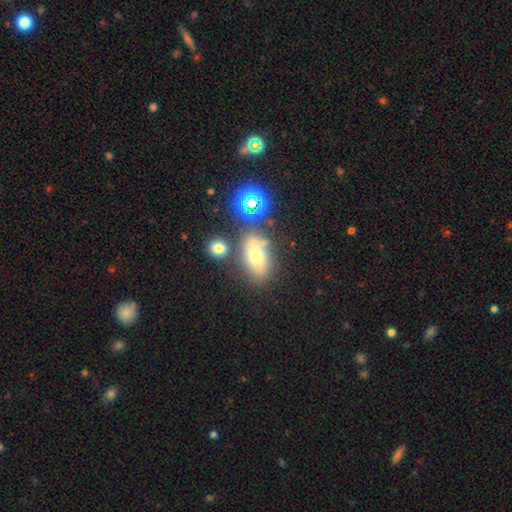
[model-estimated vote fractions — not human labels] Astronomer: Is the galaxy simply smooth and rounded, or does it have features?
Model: smooth — 59%.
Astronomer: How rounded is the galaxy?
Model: in between — 74%.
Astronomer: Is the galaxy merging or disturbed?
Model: none — 61%.